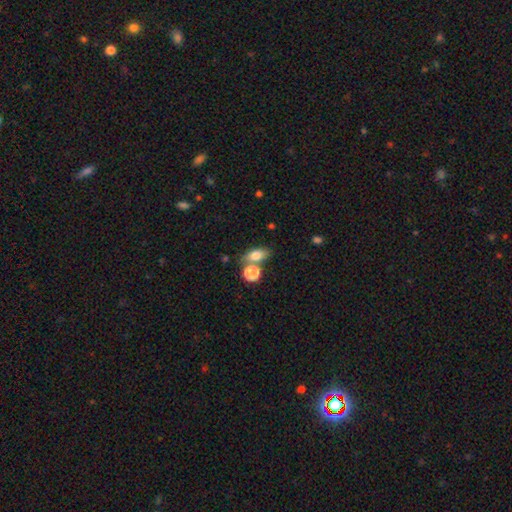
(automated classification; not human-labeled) Overall: smooth (77%). How rounded: in between (76%). Merging: none (59%; merger 25%).